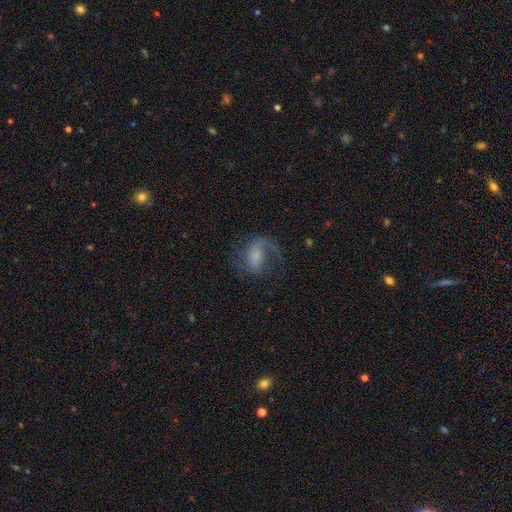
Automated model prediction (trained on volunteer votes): This appears to be a featured or disk galaxy (70%) with a weak bar (44%), 2 (55%) medium (45%) spiral arms (92%) and a small central bulge (33%). Merging: none (56%).